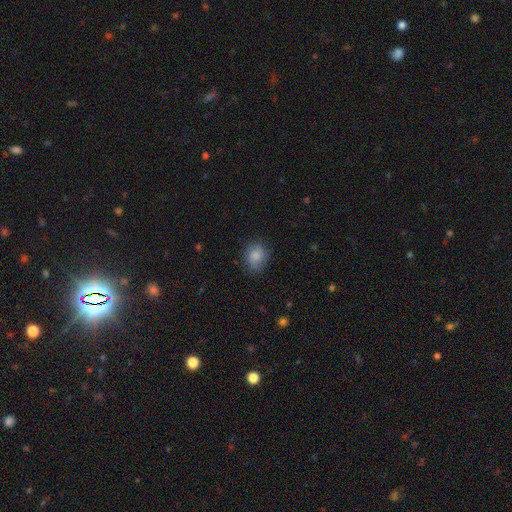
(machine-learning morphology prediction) Smooth or featured?
  - smooth: 83% *
  - featured or disk: 9%
  - star or artifact: 8%
How rounded?
  - round: 60% *
  - in between: 39%
  - cigar-shaped: 1%
Merging?
  - none: 74% *
  - minor disturbance: 20%
  - major disturbance: 5%
  - merger: 1%